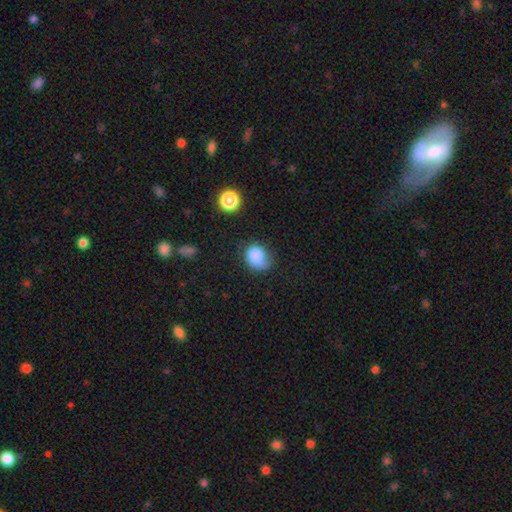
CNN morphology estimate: smooth 84%, star or artifact 9%, featured or disk 7%. Down the decision tree: how rounded — in between (53%); merging — none (43%).